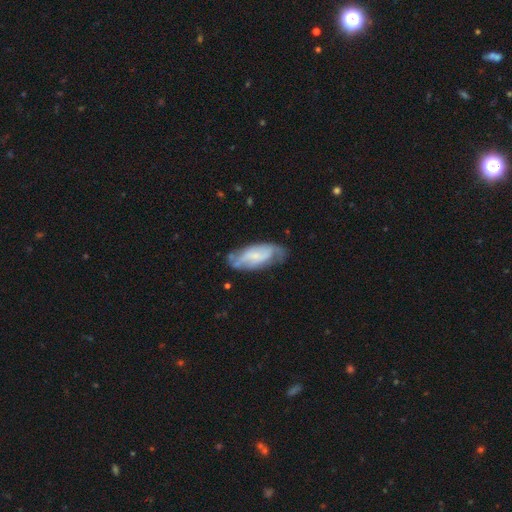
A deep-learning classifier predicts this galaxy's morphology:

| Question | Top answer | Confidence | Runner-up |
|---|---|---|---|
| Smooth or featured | featured or disk | 58% | smooth (35%) |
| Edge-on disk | no | 89% | yes (11%) |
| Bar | no | 52% | weak (36%) |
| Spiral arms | yes | 76% | no (24%) |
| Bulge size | small | 58% | moderate (20%) |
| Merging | none | 58% | minor disturbance (28%) |